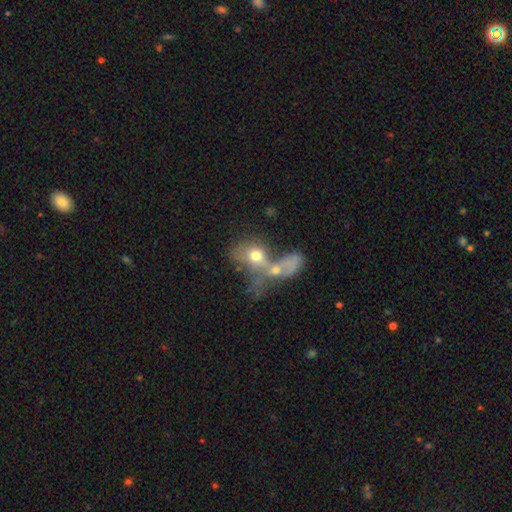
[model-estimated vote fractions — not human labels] A smooth galaxy with no disk features (53%) that is in between round and cigar-shaped (59%).

Vote fractions:
- Smooth or featured? smooth: 53% / featured or disk: 34% / star or artifact: 12%
- How rounded? in between: 59% / round: 38% / cigar-shaped: 3%
- Merging? merger: 72% / major disturbance: 15% / none: 9% / minor disturbance: 5%